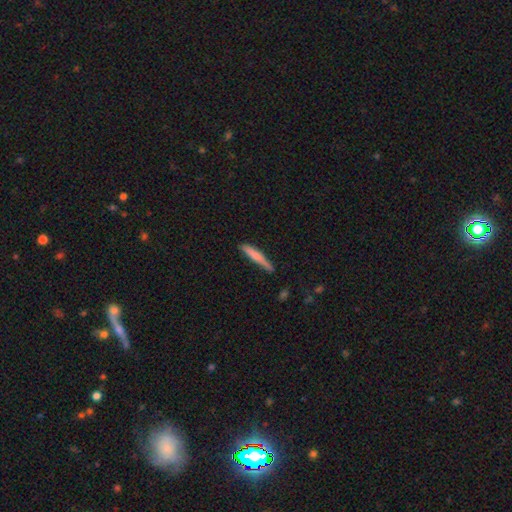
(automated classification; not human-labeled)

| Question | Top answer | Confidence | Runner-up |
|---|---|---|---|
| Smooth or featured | smooth | 66% | featured or disk (28%) |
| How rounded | cigar-shaped | 94% | in between (5%) |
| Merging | none | 80% | minor disturbance (15%) |